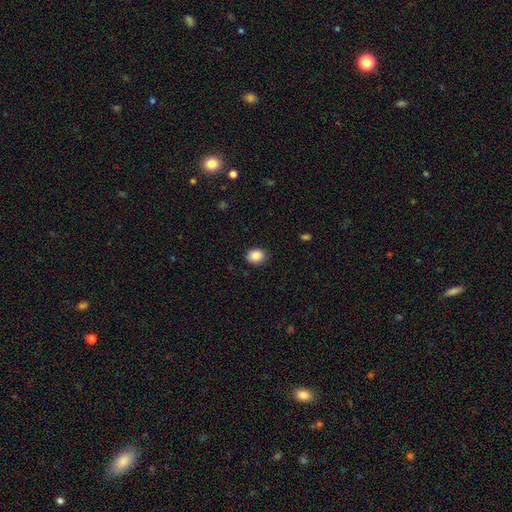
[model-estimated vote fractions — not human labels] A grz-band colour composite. It shows a smooth galaxy with no disk features (88%) that is round (51%). Merging: none (85%).